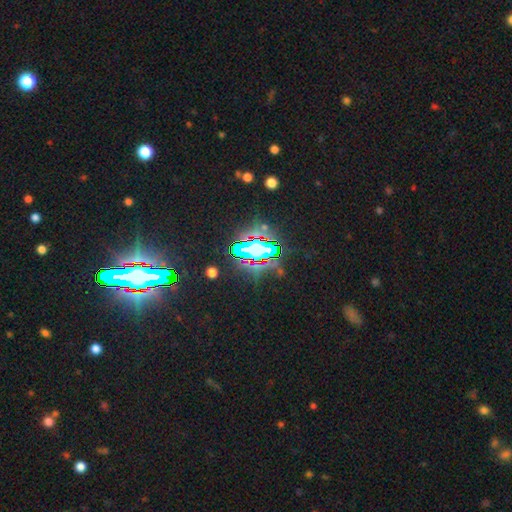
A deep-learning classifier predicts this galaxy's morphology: Overall: star or artifact (69%).